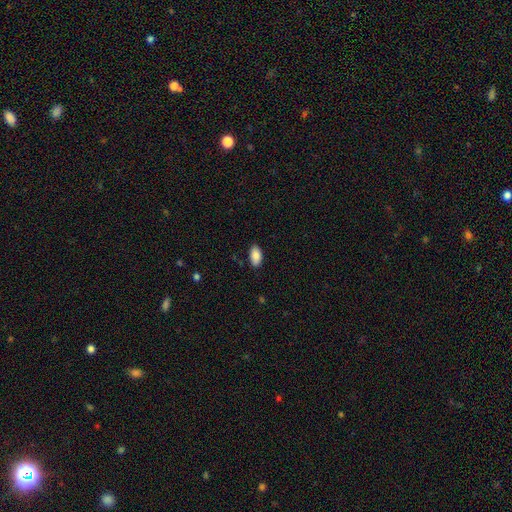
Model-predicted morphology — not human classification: Smooth or featured?
  - smooth: 87% *
  - star or artifact: 7%
  - featured or disk: 6%
How rounded?
  - in between: 94% *
  - round: 3%
  - cigar-shaped: 3%
Merging?
  - none: 86% *
  - minor disturbance: 11%
  - major disturbance: 2%
  - merger: 1%